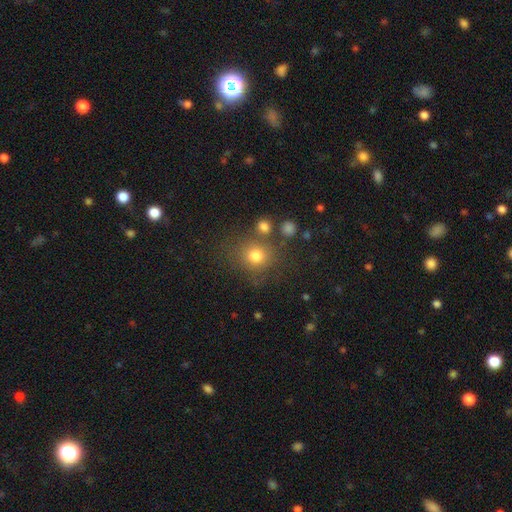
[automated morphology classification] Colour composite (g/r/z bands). It shows a smooth galaxy with no disk features (77%) that is round (85%). Merging: none (71%).